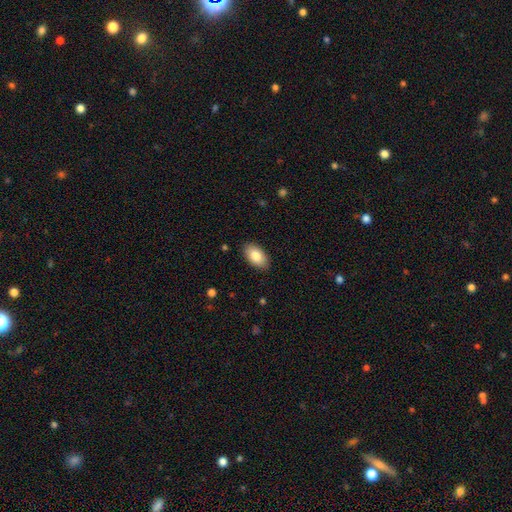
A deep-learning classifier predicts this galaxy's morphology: A smooth galaxy with no disk features (84%) that is in between round and cigar-shaped (95%).

Vote fractions:
- Smooth or featured? smooth: 84% / featured or disk: 9% / star or artifact: 6%
- How rounded? in between: 95% / round: 4% / cigar-shaped: 2%
- Merging? none: 88% / minor disturbance: 9% / major disturbance: 2% / merger: 1%